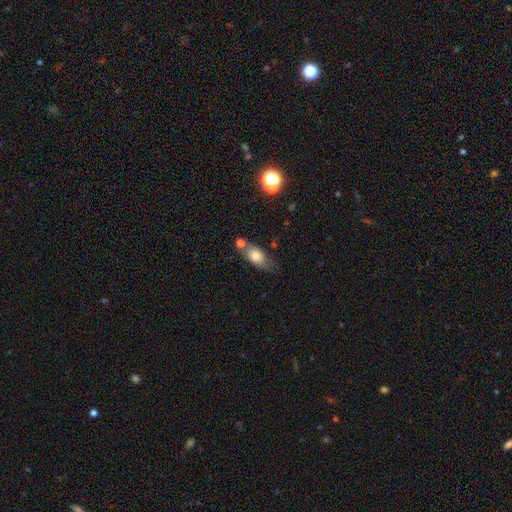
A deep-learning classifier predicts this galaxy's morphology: This is likely a smooth galaxy (69%). How rounded: likely in between (76%). Merging: possibly none (53%).